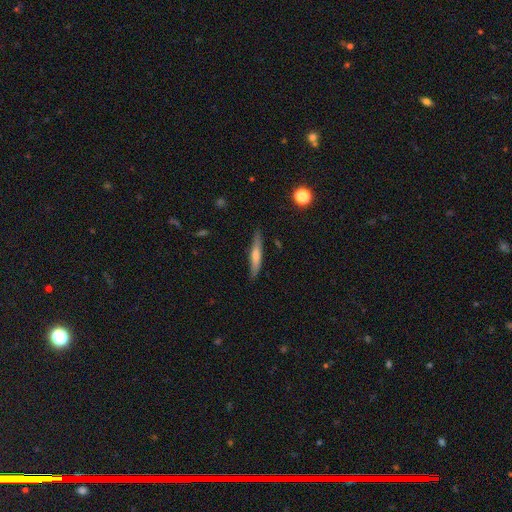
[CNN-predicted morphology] smooth_or_featured: smooth (p=0.60) [alt: featured or disk p=0.34]
how_rounded: cigar-shaped (p=0.89) [alt: in between p=0.10]
merging: none (p=0.83) [alt: minor disturbance p=0.13]